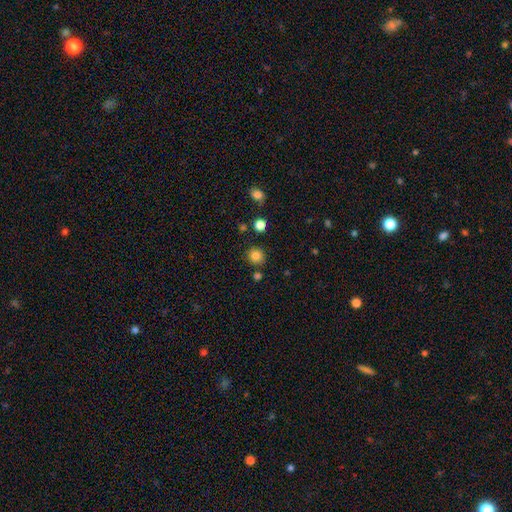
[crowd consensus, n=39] Smooth or featured?
  - smooth: 85% *
  - featured or disk: 8%
  - star or artifact: 8%
How rounded?
  - round: 94% *
  - in between: 6%
  - cigar-shaped: 0%
Merging?
  - none: 81% *
  - minor disturbance: 14%
  - major disturbance: 6%
  - merger: 0%